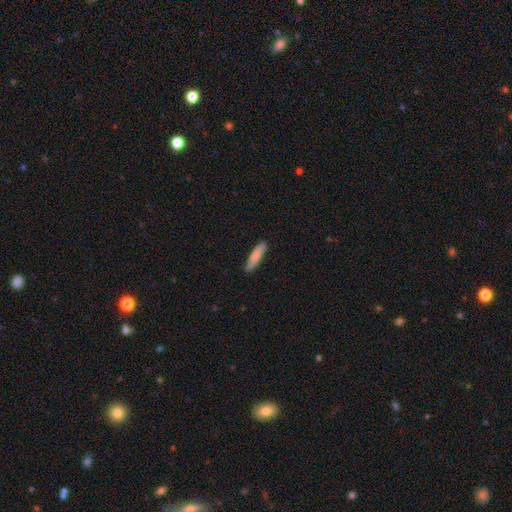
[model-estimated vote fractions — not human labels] Smooth or featured?
  - smooth: 83% *
  - featured or disk: 11%
  - star or artifact: 5%
How rounded?
  - cigar-shaped: 81% *
  - in between: 18%
  - round: 1%
Merging?
  - none: 88% *
  - minor disturbance: 10%
  - major disturbance: 2%
  - merger: 1%